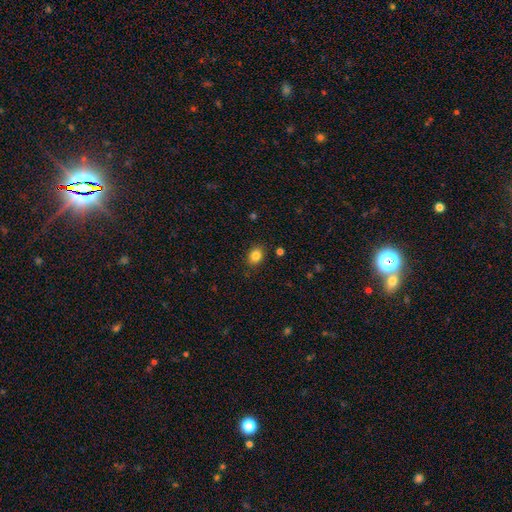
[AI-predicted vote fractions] A smooth galaxy with no disk features (84%) that is in between round and cigar-shaped (60%).

Vote fractions:
- Smooth or featured? smooth: 84% / star or artifact: 10% / featured or disk: 5%
- How rounded? in between: 60% / round: 39% / cigar-shaped: 1%
- Merging? none: 85% / minor disturbance: 11% / major disturbance: 3% / merger: 2%